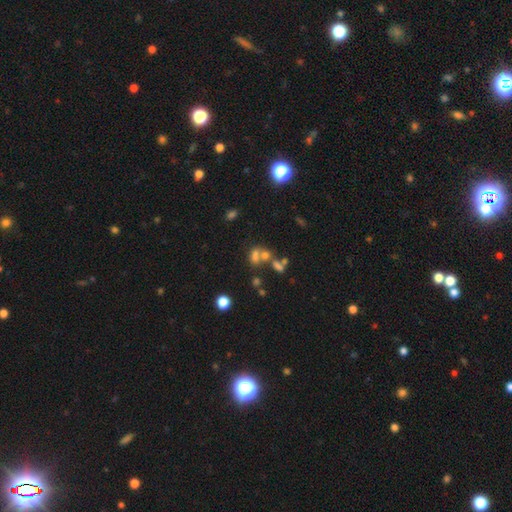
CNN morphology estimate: This appears to be a smooth galaxy with no disk features (55%) that is in between round and cigar-shaped (51%). Merging: merger (53%).